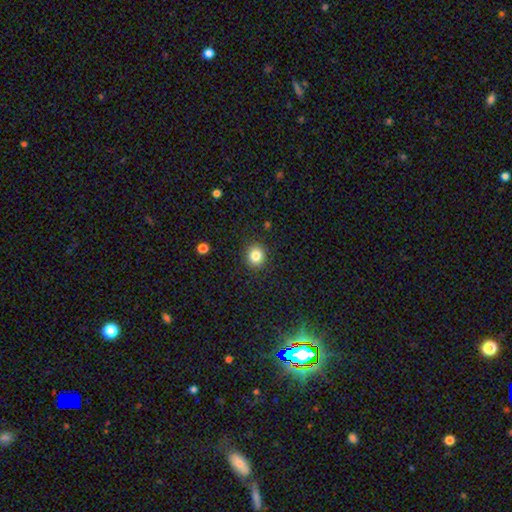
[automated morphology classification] smooth_or_featured: smooth (p=0.83) [alt: star or artifact p=0.12]
how_rounded: round (p=0.85) [alt: in between p=0.14]
merging: none (p=0.90) [alt: minor disturbance p=0.06]